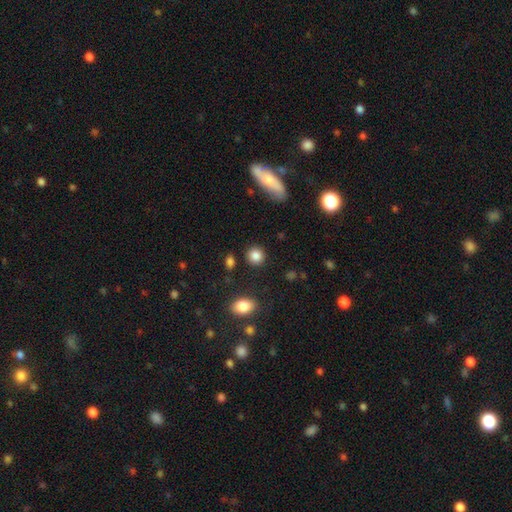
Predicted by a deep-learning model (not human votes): This is clearly a smooth galaxy (86%). How rounded: clearly round (87%). Merging: clearly none (88%).